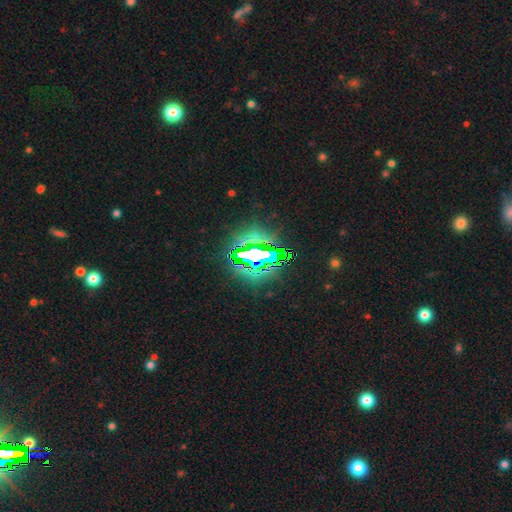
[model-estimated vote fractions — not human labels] Morphology: type=star or artifact (79%).